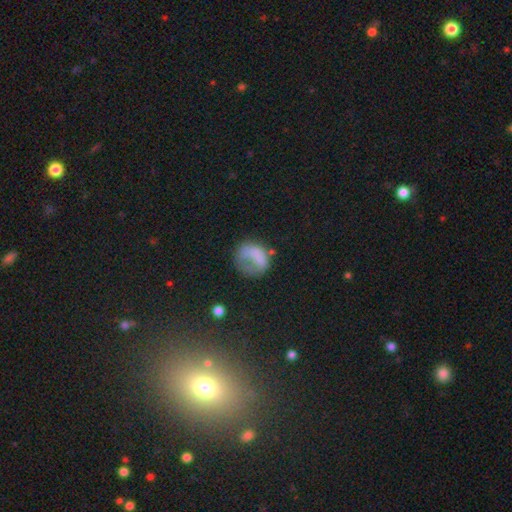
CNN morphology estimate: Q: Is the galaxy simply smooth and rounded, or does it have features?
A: smooth — 63%.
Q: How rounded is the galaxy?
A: round — 63%.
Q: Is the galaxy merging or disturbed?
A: major disturbance — 36%, tied with none.